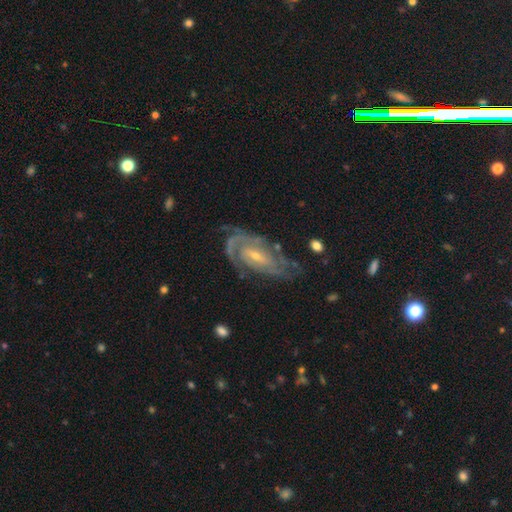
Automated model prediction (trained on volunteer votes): Q: Smooth or featured?
A: featured or disk (88%); runner-up: smooth (7%)
Q: Edge-on disk?
A: no (94%); runner-up: yes (6%)
Q: Bar?
A: weak (45%); runner-up: no (36%)
Q: Spiral arms?
A: yes (96%); runner-up: no (4%)
Q: Spiral winding?
A: tight (61%); runner-up: medium (33%)
Q: Spiral arm count?
A: 2 (45%); runner-up: can't tell (24%)
Q: Bulge size?
A: small (67%); runner-up: moderate (28%)
Q: Merging?
A: none (68%); runner-up: minor disturbance (19%)